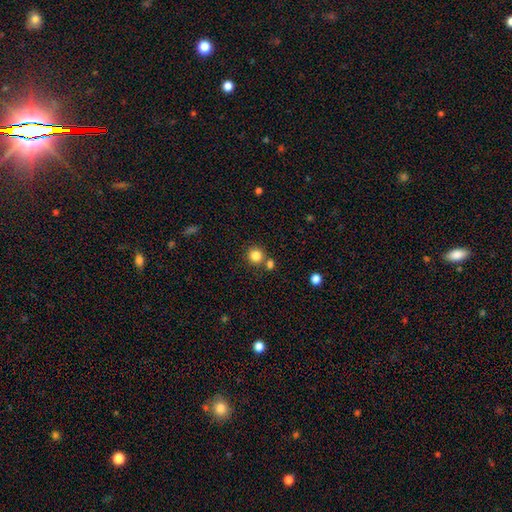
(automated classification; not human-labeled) Q: Smooth or featured?
A: smooth (83%); runner-up: star or artifact (11%)
Q: How rounded?
A: round (93%); runner-up: in between (6%)
Q: Merging?
A: none (72%); runner-up: merger (17%)